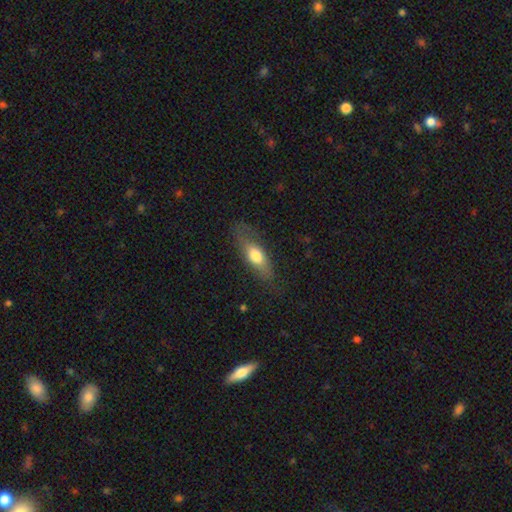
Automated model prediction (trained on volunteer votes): Smooth or featured?
  - smooth: 65% *
  - featured or disk: 29%
  - star or artifact: 6%
How rounded?
  - in between: 61% *
  - cigar-shaped: 36%
  - round: 4%
Merging?
  - none: 71% *
  - minor disturbance: 19%
  - major disturbance: 8%
  - merger: 1%